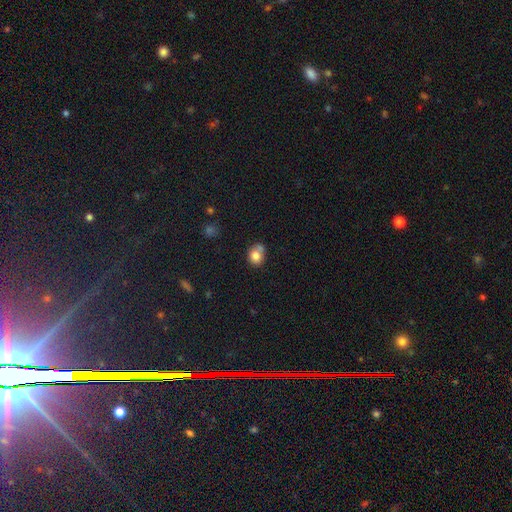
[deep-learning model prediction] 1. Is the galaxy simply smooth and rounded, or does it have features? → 80% smooth, 10% star or artifact, 10% featured or disk.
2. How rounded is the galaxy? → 66% round, 33% in between, 1% cigar-shaped.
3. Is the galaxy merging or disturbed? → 49% none, 24% merger, 21% minor disturbance, 6% major disturbance.